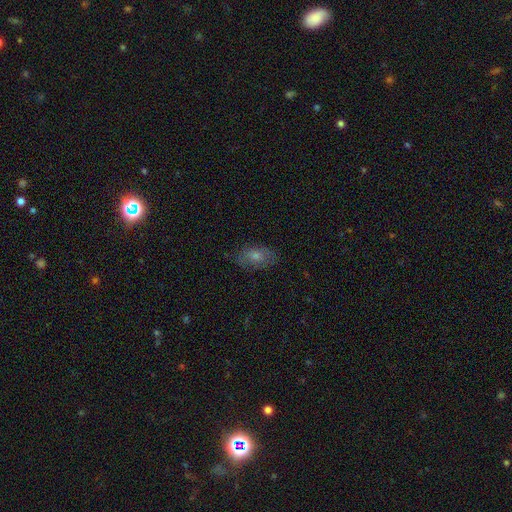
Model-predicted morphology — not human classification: A smooth galaxy with no disk features (54%) that is in between round and cigar-shaped (84%).

Vote fractions:
- Smooth or featured? smooth: 54% / featured or disk: 29% / star or artifact: 17%
- How rounded? in between: 84% / round: 12% / cigar-shaped: 4%
- Merging? none: 79% / minor disturbance: 16% / major disturbance: 4% / merger: 1%